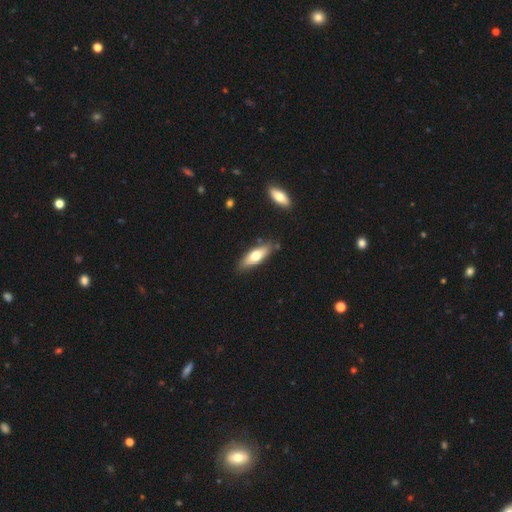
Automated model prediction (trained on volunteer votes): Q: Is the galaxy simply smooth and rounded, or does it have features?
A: smooth — 61%.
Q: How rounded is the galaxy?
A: in between — 56%.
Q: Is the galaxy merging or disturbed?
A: none — 81%.